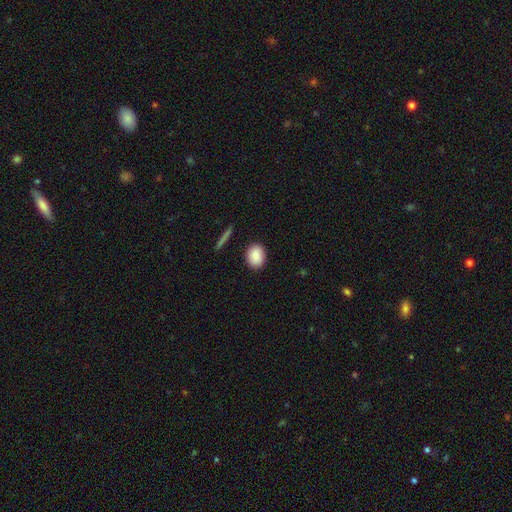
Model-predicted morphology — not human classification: smooth-or-featured: smooth: 85% | featured or disk: 8% | star or artifact: 7%
  how-rounded: in between: 57% | round: 41% | cigar-shaped: 2%
  merging: none: 88% | minor disturbance: 8% | major disturbance: 2% | merger: 2%